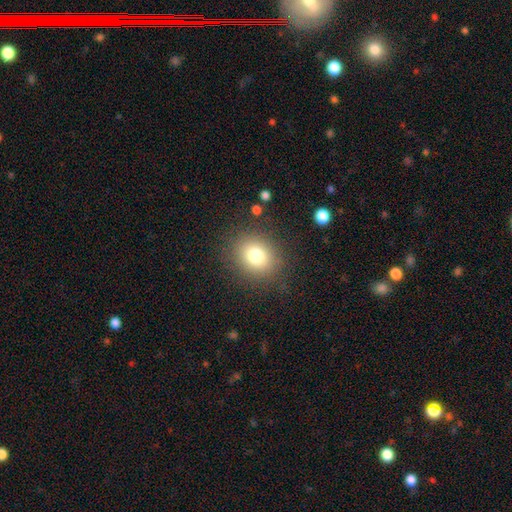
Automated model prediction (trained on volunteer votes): Smooth or featured?
  - smooth: 78% *
  - star or artifact: 12%
  - featured or disk: 10%
How rounded?
  - round: 69% *
  - in between: 30%
  - cigar-shaped: 1%
Merging?
  - none: 85% *
  - minor disturbance: 9%
  - major disturbance: 4%
  - merger: 2%